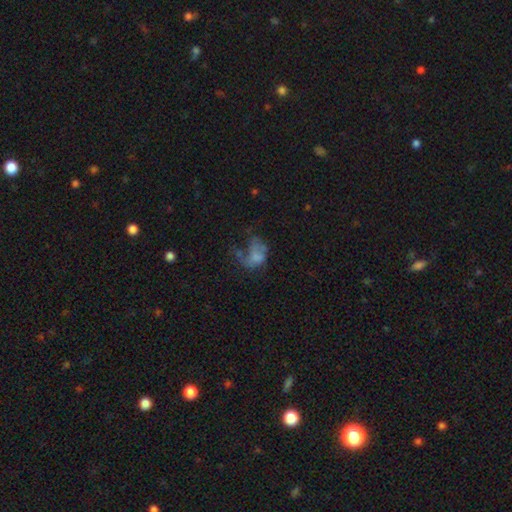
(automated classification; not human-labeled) A featured or disk galaxy (44%).

Vote fractions:
- Smooth or featured? featured or disk: 44% / smooth: 42% / star or artifact: 14%
- Merging? major disturbance: 52% / none: 23% / minor disturbance: 17% / merger: 8%